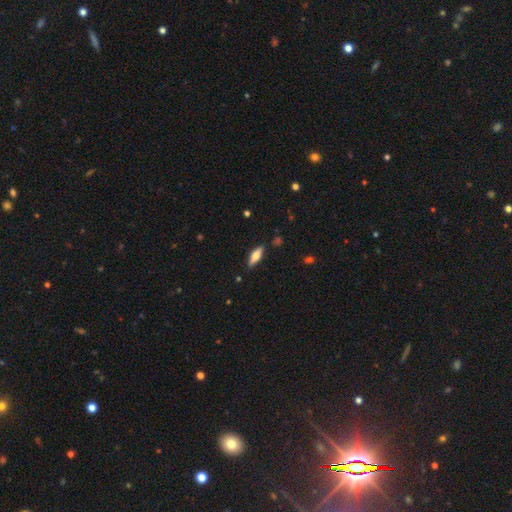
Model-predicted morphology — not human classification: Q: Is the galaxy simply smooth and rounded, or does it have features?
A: smooth — 54%.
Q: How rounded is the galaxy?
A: in between — 49%.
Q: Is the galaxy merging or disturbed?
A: none — 86%.